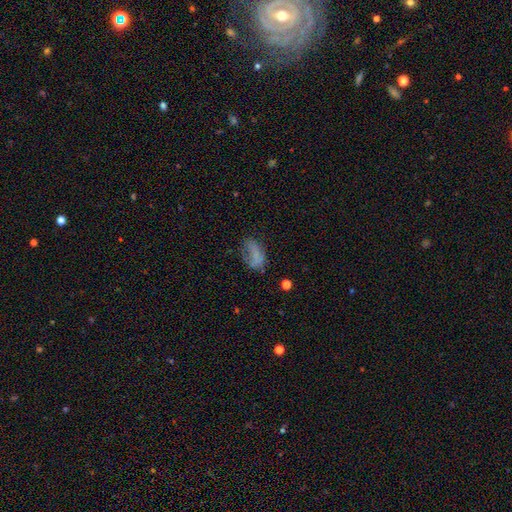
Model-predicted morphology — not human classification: Smooth or featured: smooth — 61% (featured or disk — 25%)
How rounded: in between — 89% (round — 8%)
Merging: none — 42% (minor disturbance — 28%)